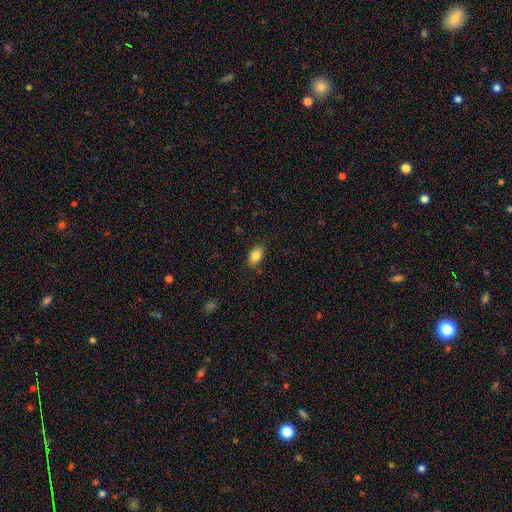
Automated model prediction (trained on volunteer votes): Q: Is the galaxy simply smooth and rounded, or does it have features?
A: smooth — 84%.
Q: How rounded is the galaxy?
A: in between — 88%.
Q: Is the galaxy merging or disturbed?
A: none — 82%.